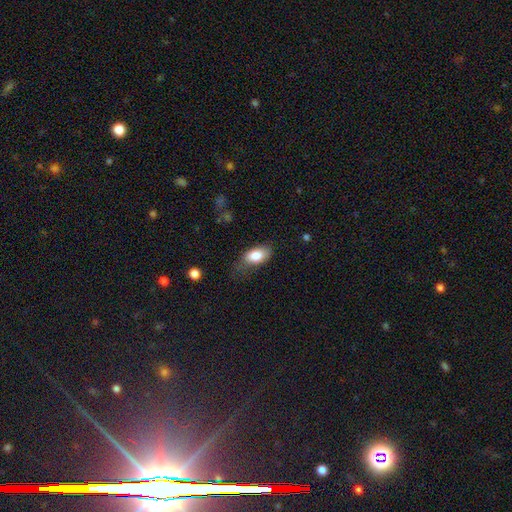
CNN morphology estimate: A smooth galaxy with no disk features (82%) that is in between round and cigar-shaped (90%).

Vote fractions:
- Smooth or featured? smooth: 82% / featured or disk: 11% / star or artifact: 7%
- How rounded? in between: 90% / round: 6% / cigar-shaped: 4%
- Merging? none: 50% / minor disturbance: 32% / major disturbance: 16% / merger: 2%